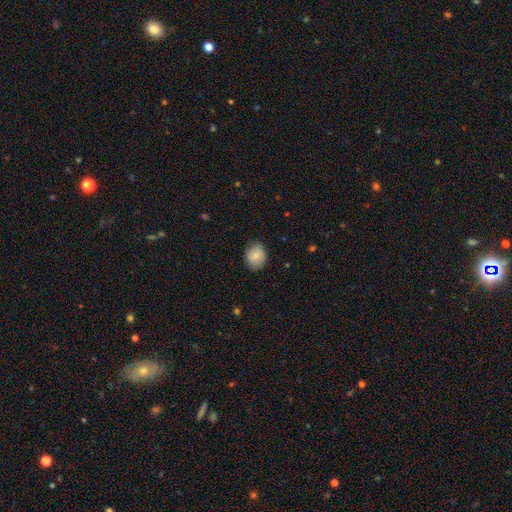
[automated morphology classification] A smooth galaxy with no disk features (78%) that is round (50%). Merging: none (81%).